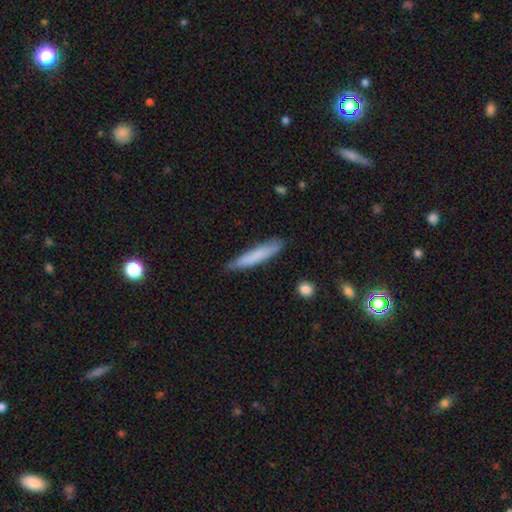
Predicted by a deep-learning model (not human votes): smooth_or_featured: smooth (p=0.76) [alt: featured or disk p=0.18]
how_rounded: cigar-shaped (p=0.91) [alt: in between p=0.08]
merging: none (p=0.81) [alt: minor disturbance p=0.15]